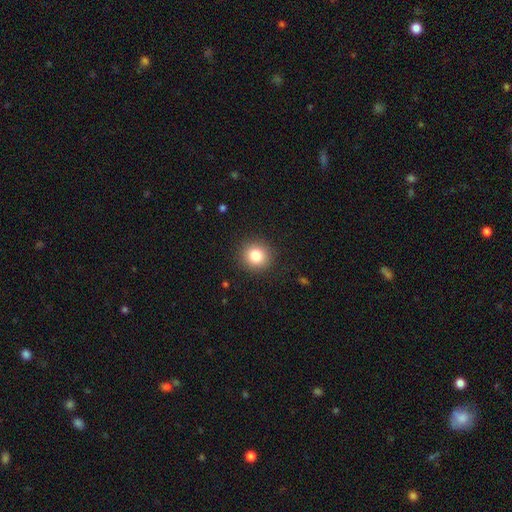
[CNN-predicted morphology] A smooth galaxy with no disk features (83%) that is round (89%). Merging: none (90%).